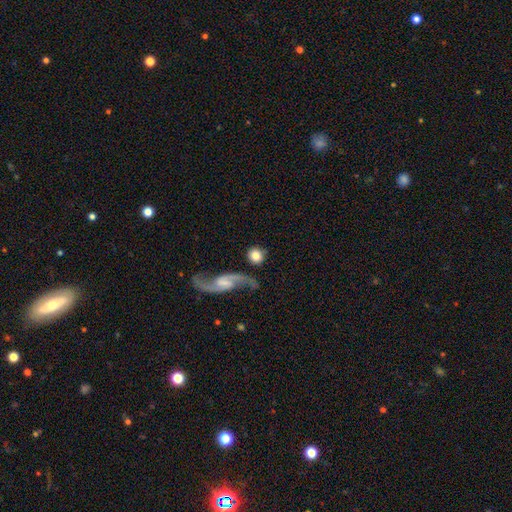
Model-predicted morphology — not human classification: This is likely a smooth galaxy (67%). How rounded: clearly round (84%). Merging: likely none (73%).